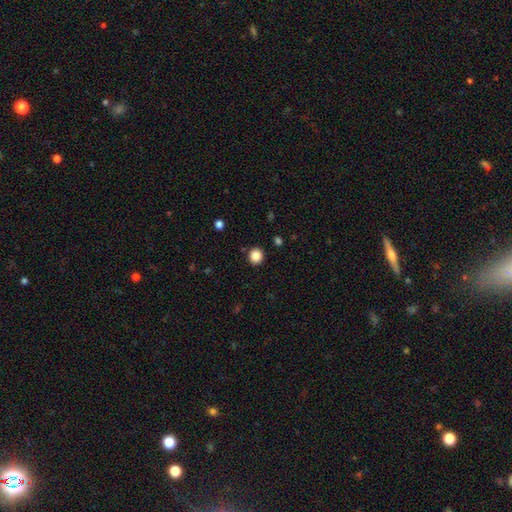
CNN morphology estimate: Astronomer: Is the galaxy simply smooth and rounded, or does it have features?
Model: smooth — 86%.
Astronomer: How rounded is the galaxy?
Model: round — 88%.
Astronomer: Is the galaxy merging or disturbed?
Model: none — 90%.